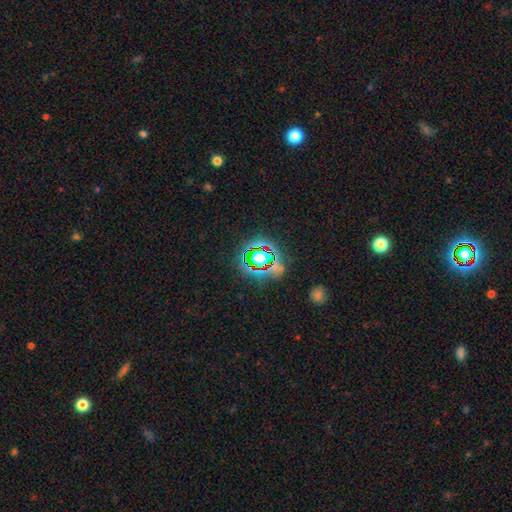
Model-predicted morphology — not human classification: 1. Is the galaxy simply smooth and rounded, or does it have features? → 76% star or artifact, 15% smooth, 9% featured or disk.